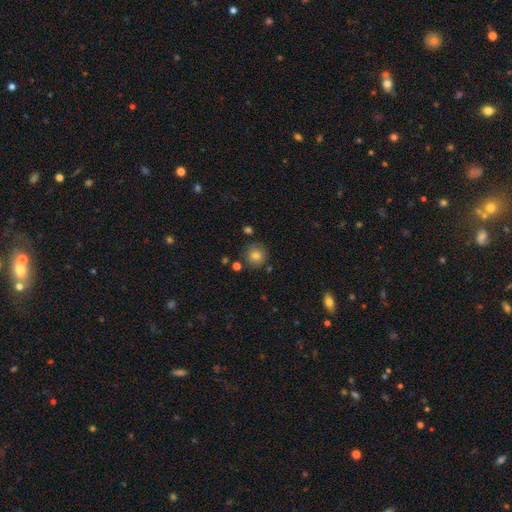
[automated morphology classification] type=smooth (78%); roundness=round (93%); merging=none (84%).